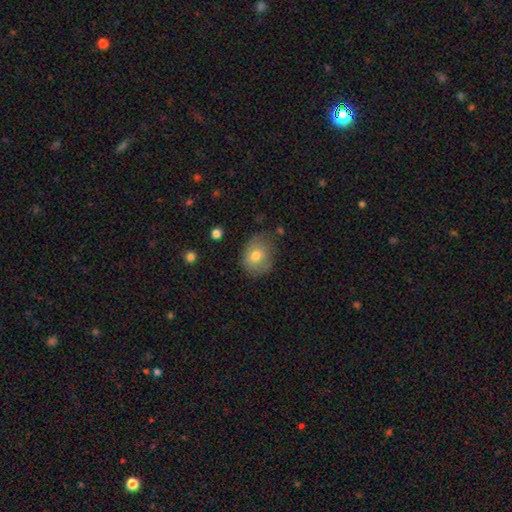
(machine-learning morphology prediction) This appears to be a smooth galaxy with no disk features (74%) that is round (54%). Merging: none (66%).